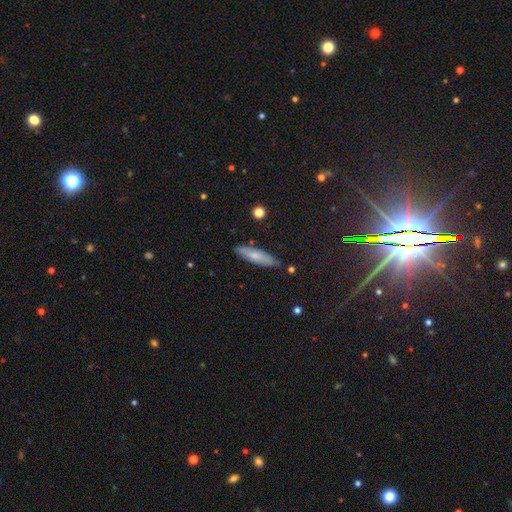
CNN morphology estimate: A smooth galaxy with no disk features (67%) that is cigar-shaped (69%).

Vote fractions:
- Smooth or featured? smooth: 67% / featured or disk: 25% / star or artifact: 7%
- How rounded? cigar-shaped: 69% / in between: 29% / round: 2%
- Merging? none: 82% / minor disturbance: 14% / major disturbance: 2% / merger: 2%